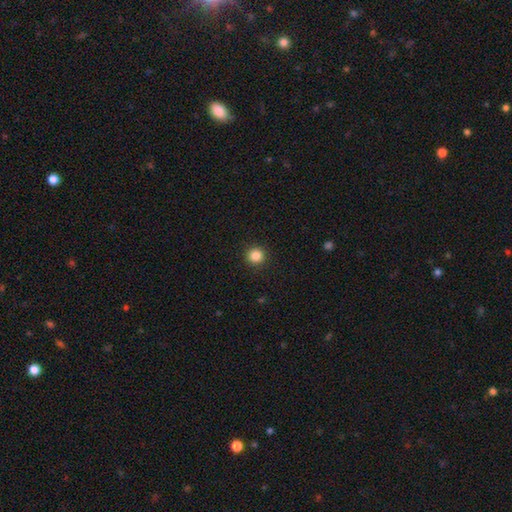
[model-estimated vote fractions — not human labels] Morphology: type=smooth (86%); roundness=round (95%); merging=none (93%).